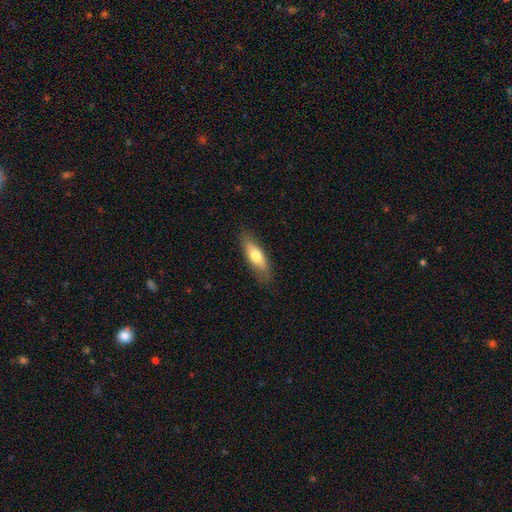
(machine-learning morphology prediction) Smooth or featured?
  - smooth: 68% *
  - featured or disk: 26%
  - star or artifact: 6%
How rounded?
  - in between: 60% *
  - cigar-shaped: 38%
  - round: 2%
Merging?
  - none: 82% *
  - minor disturbance: 14%
  - major disturbance: 3%
  - merger: 1%